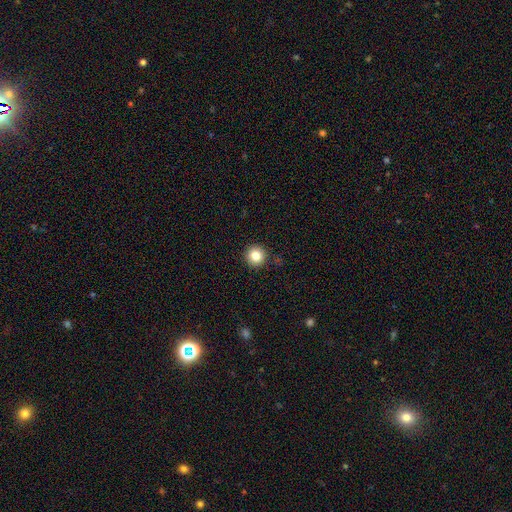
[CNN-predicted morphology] A smooth galaxy with no disk features (83%) that is round (95%).

Vote fractions:
- Smooth or featured? smooth: 83% / star or artifact: 11% / featured or disk: 7%
- How rounded? round: 95% / in between: 4% / cigar-shaped: 1%
- Merging? none: 92% / minor disturbance: 6% / major disturbance: 2% / merger: 1%